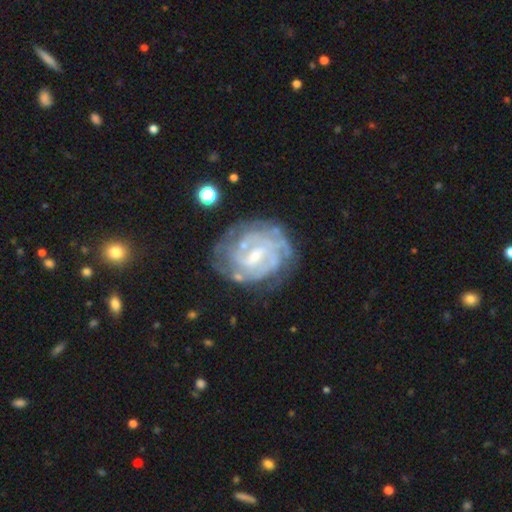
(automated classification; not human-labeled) smooth-or-featured: featured or disk: 83% | smooth: 10% | star or artifact: 7%
  disk-edge-on: no: 98% | yes: 2%
    bar: weak: 54% | no: 27% | strong: 19%
    has-spiral-arms: yes: 89% | no: 11%
      spiral-winding: tight: 66% | medium: 27% | loose: 7%
      spiral-arm-count: can't tell: 43% | 2: 23% | 3: 15% | 4: 9% | 1: 5% | more than 4: 5%
    bulge-size: small: 50% | moderate: 36% | none: 11% | large: 3% | dominant: 1%
  merging: none: 67% | minor disturbance: 20% | major disturbance: 11% | merger: 3%